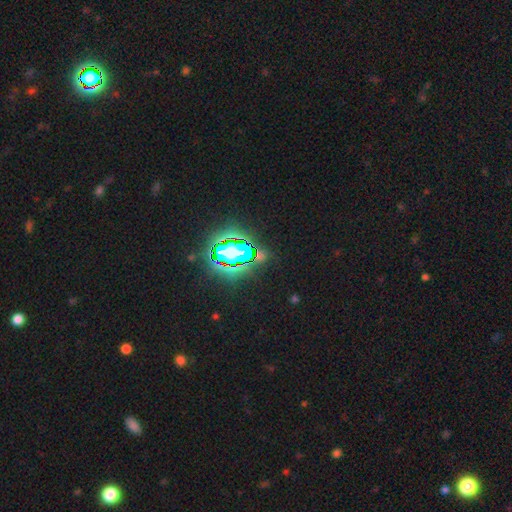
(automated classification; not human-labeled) Smooth or featured?
  - star or artifact: 74% *
  - smooth: 14%
  - featured or disk: 12%